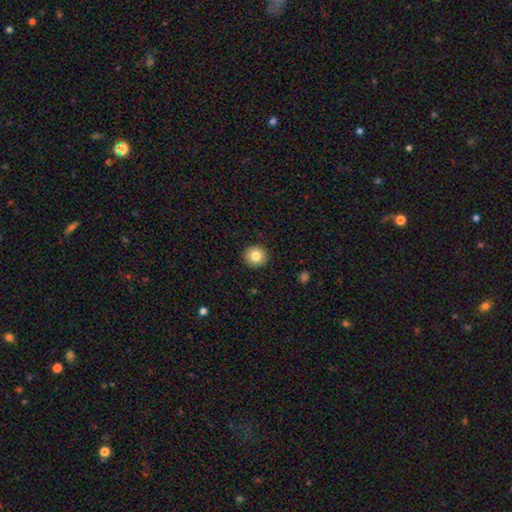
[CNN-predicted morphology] Overall: smooth (83%). How rounded: round (94%). Merging: none (93%).